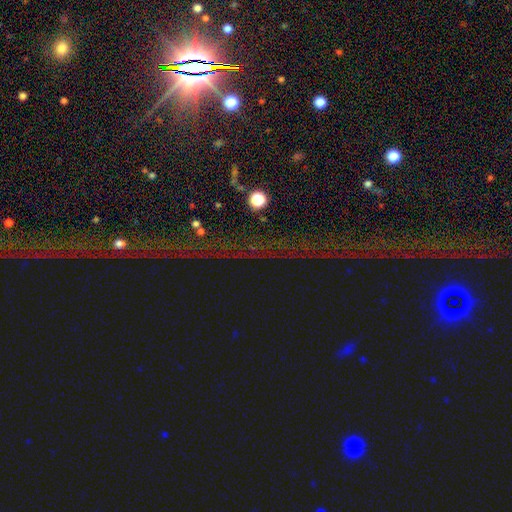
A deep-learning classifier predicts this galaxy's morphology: This is clearly a star or artifact rather than a galaxy (85%).